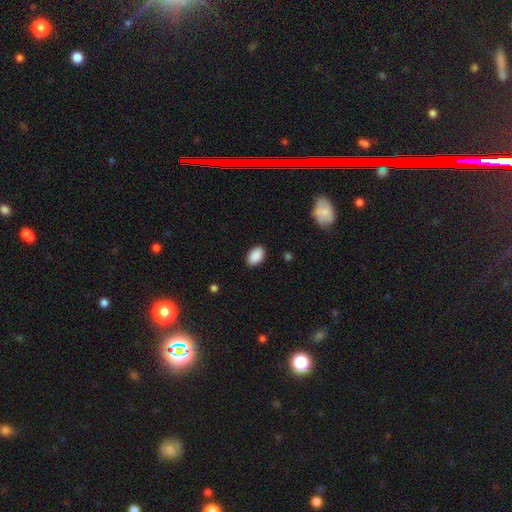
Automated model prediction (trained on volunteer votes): smooth_or_featured: smooth (p=0.90) [alt: star or artifact p=0.07]
how_rounded: in between (p=0.89) [alt: round p=0.10]
merging: none (p=0.87) [alt: minor disturbance p=0.10]